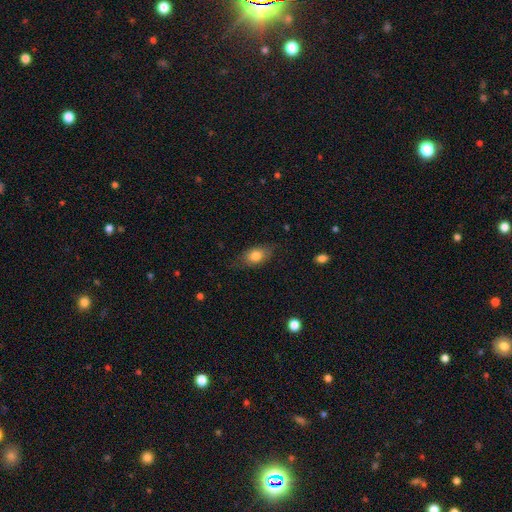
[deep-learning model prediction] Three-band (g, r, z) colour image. It shows a smooth galaxy with no disk features (78%) that is in between round and cigar-shaped (80%). Merging: none (72%).